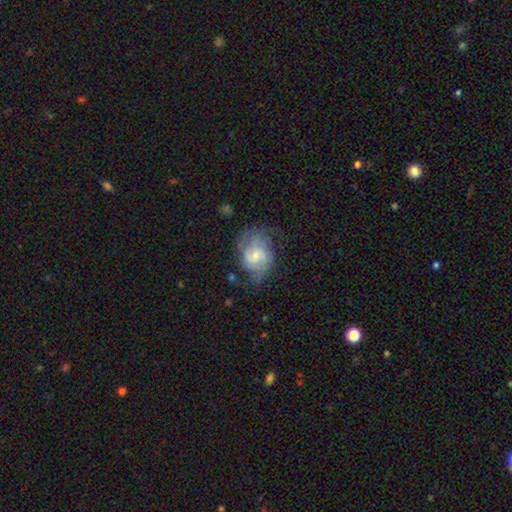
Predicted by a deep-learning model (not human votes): Smooth or featured? Predicted: featured or disk (p=0.68). Edge-on disk? Predicted: no (p=0.97). Bar? Predicted: no (p=0.55). Spiral arms? Predicted: yes (p=0.88). Spiral winding? Predicted: medium (p=0.46). Spiral arm count? Predicted: 2 (p=0.58). Bulge size? Predicted: small (p=0.58). Merging? Predicted: none (p=0.51).